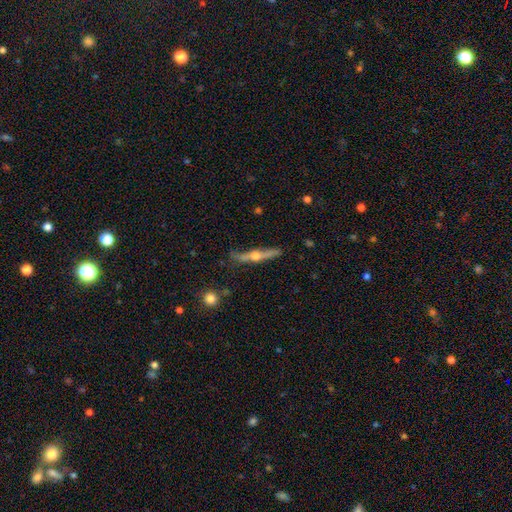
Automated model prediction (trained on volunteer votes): A featured or disk galaxy (73%) viewed edge-on (95%) with a rounded central bulge (92%).

Vote fractions:
- Smooth or featured? featured or disk: 73% / smooth: 20% / star or artifact: 6%
- Edge-on disk? yes: 95% / no: 5%
- Edge-on bulge? rounded: 92% / none: 4% / boxy: 4%
- Merging? none: 73% / minor disturbance: 18% / major disturbance: 5% / merger: 4%